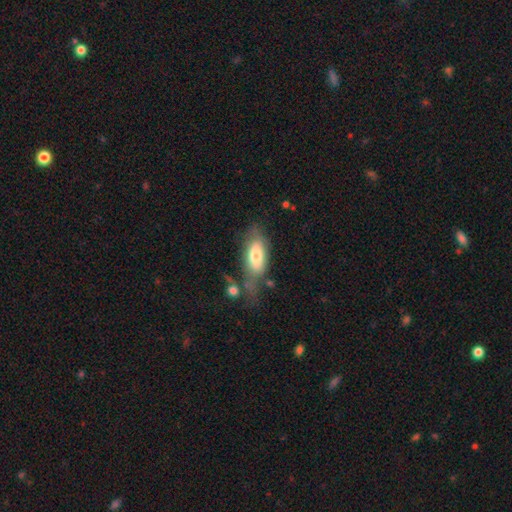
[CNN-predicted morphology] A smooth galaxy with no disk features (70%) that is in between round and cigar-shaped (82%).

Vote fractions:
- Smooth or featured? smooth: 70% / featured or disk: 24% / star or artifact: 7%
- How rounded? in between: 82% / cigar-shaped: 15% / round: 3%
- Merging? none: 45% / minor disturbance: 25% / major disturbance: 18% / merger: 12%